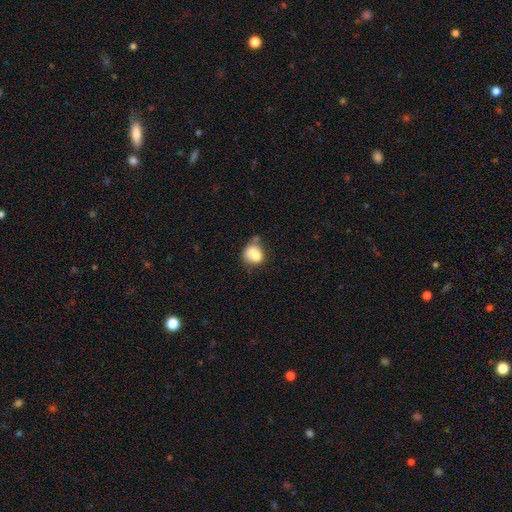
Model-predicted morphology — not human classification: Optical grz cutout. It shows a smooth galaxy with no disk features (76%) that is round (66%). Merging: none (39%).